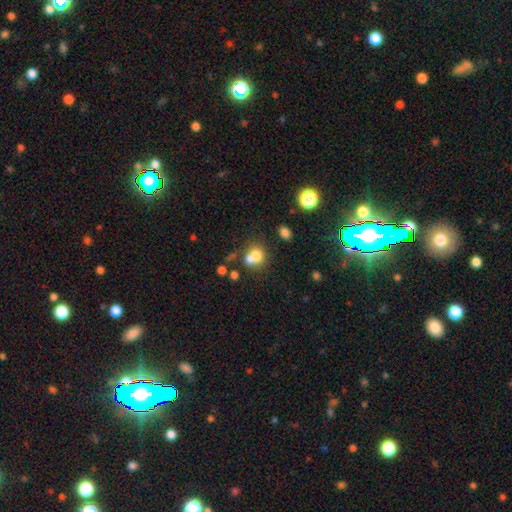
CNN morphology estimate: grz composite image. It shows a smooth galaxy with no disk features (70%) that is round (73%). Merging: merger (54%).